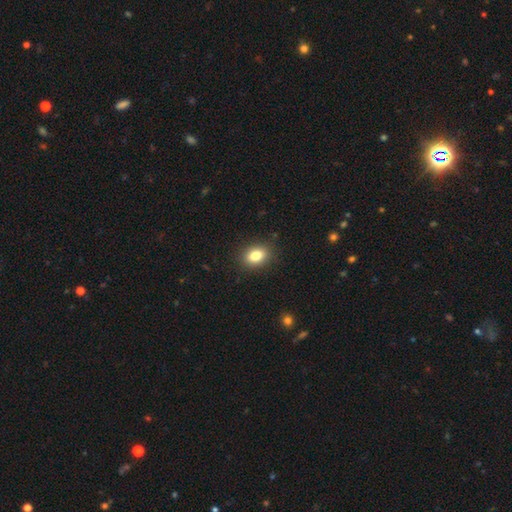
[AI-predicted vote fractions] Smooth or featured?
  - smooth: 82% *
  - star or artifact: 10%
  - featured or disk: 8%
How rounded?
  - in between: 73% *
  - round: 26%
  - cigar-shaped: 1%
Merging?
  - none: 88% *
  - minor disturbance: 8%
  - major disturbance: 2%
  - merger: 1%